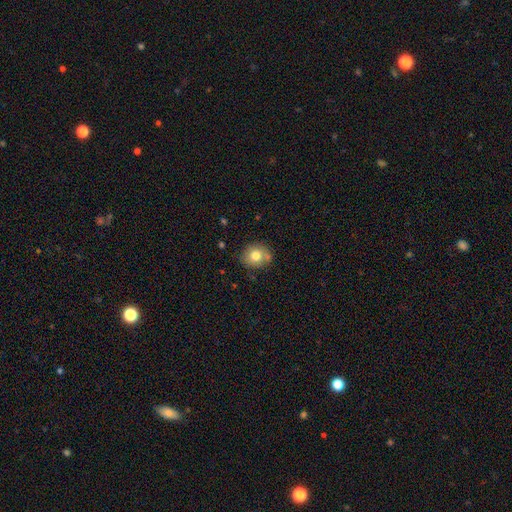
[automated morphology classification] A smooth galaxy with no disk features (77%) that is round (75%).

Vote fractions:
- Smooth or featured? smooth: 77% / featured or disk: 13% / star or artifact: 10%
- How rounded? round: 75% / in between: 24% / cigar-shaped: 1%
- Merging? none: 75% / minor disturbance: 16% / merger: 6% / major disturbance: 3%